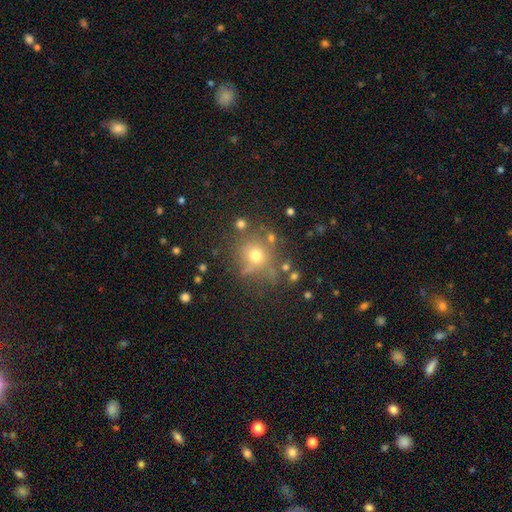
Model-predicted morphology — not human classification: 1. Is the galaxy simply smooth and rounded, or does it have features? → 64% smooth, 23% star or artifact, 13% featured or disk.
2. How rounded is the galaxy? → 87% round, 12% in between, 1% cigar-shaped.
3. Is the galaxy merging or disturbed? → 73% none, 14% minor disturbance, 7% merger, 6% major disturbance.